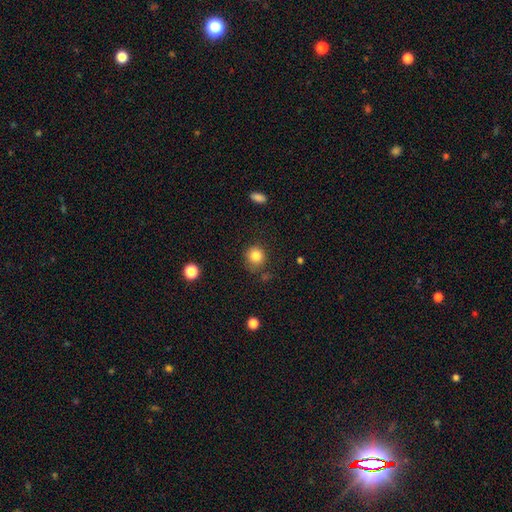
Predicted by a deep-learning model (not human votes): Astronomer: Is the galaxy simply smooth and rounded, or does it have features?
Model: smooth — 84%.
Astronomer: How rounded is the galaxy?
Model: round — 87%.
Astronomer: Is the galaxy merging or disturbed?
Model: none — 76%.